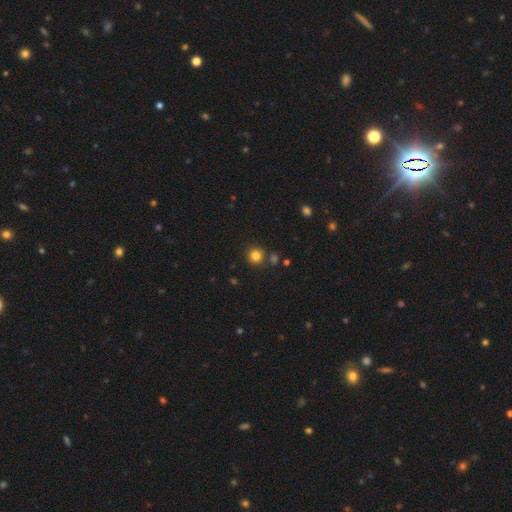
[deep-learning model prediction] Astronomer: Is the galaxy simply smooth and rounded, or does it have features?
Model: smooth — 82%.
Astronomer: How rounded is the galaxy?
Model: round — 93%.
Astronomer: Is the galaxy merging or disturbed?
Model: none — 82%.